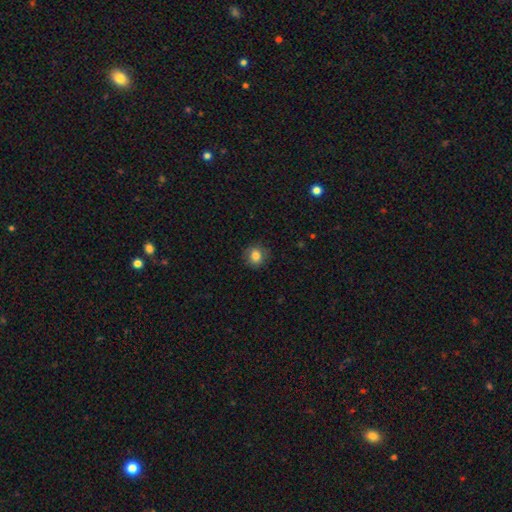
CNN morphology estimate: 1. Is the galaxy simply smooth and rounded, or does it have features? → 83% smooth, 10% star or artifact, 7% featured or disk.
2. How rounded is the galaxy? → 81% round, 18% in between, 1% cigar-shaped.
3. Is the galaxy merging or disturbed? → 85% none, 11% minor disturbance, 3% major disturbance, 1% merger.